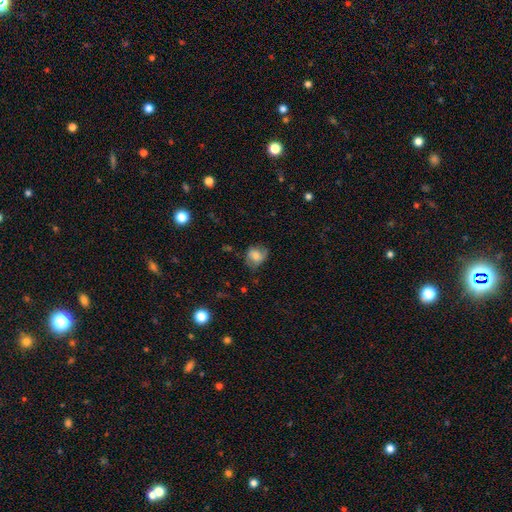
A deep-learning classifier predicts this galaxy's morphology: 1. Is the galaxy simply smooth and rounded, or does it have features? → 57% smooth, 33% featured or disk, 10% star or artifact.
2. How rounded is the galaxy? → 62% round, 37% in between, 1% cigar-shaped.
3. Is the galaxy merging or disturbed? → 63% none, 26% minor disturbance, 9% major disturbance, 2% merger.